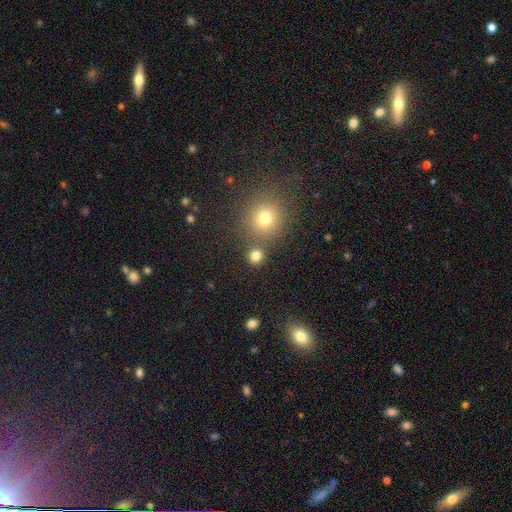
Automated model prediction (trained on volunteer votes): Smooth or featured: smooth — 80% (star or artifact — 15%)
How rounded: round — 88% (in between — 11%)
Merging: none — 77% (merger — 13%)